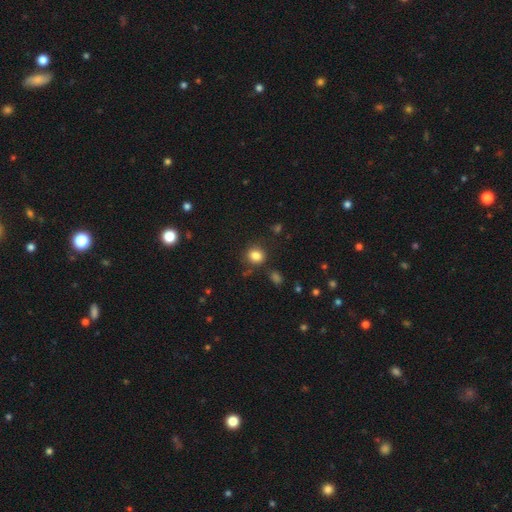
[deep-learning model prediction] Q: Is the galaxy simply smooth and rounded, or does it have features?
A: smooth — 83%.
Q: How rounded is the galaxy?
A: round — 70%.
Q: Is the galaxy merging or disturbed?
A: none — 82%.